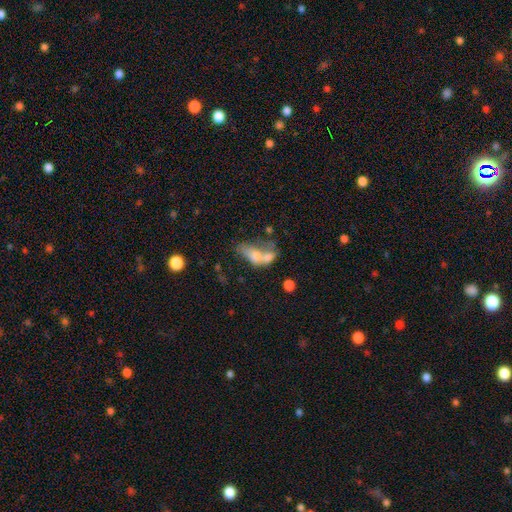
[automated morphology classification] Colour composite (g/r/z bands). It shows a smooth galaxy with no disk features (59%) that is in between round and cigar-shaped (78%). Merging: merger (59%).